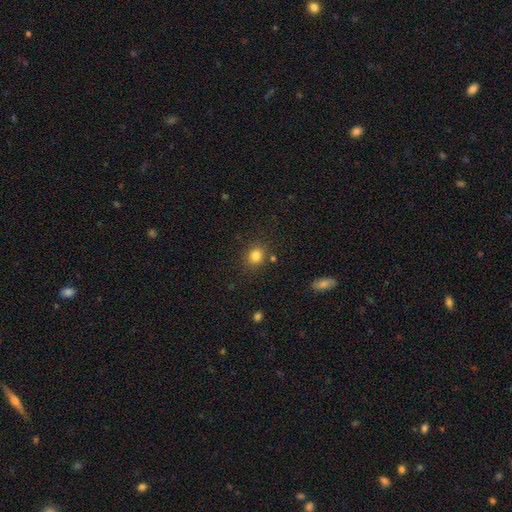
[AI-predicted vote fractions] Overall: smooth (83%). How rounded: round (72%). Merging: none (81%).